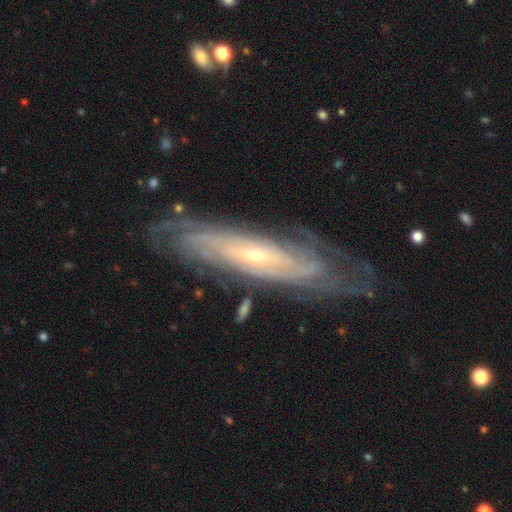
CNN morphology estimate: Overall: featured or disk (85%). Edge-on disk: no (74%). Bar: no (61%; weak 27%). Spiral arms: yes (94%). Spiral arm count: can't tell (54%). Spiral winding: tight (75%). Bulge size: small (74%). Merging: none (77%).